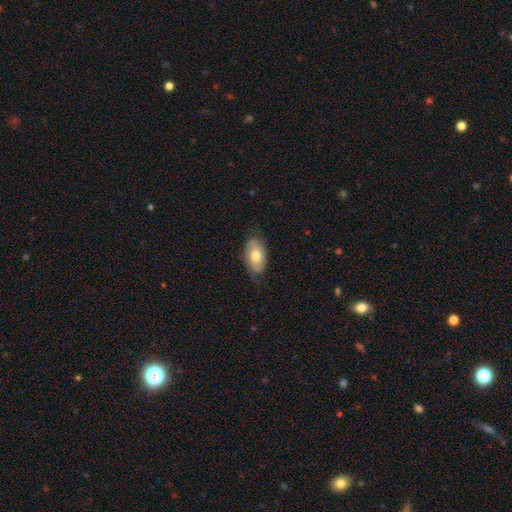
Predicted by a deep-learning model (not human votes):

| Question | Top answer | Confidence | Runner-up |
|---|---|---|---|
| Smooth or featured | smooth | 48% | featured or disk (46%) |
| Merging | none | 74% | minor disturbance (19%) |